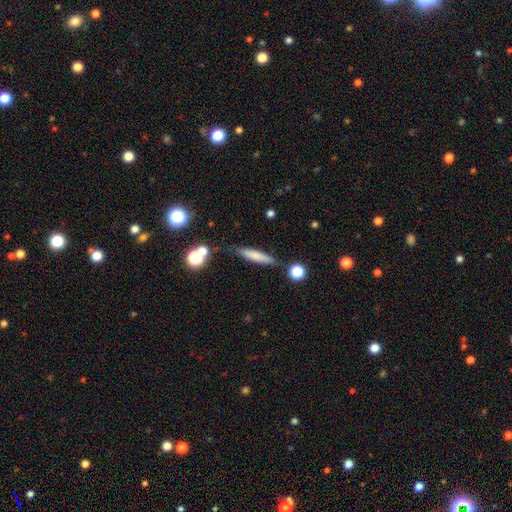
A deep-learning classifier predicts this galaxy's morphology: type=smooth (72%); roundness=cigar-shaped (85%); merging=none (78%).